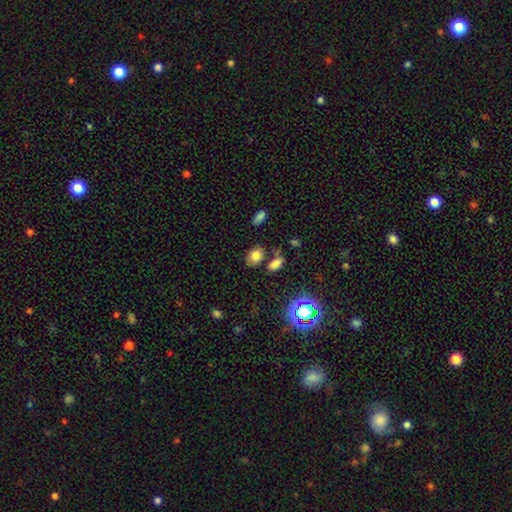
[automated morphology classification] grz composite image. It shows a smooth galaxy with no disk features (77%) that is in between round and cigar-shaped (77%). Merging: none (71%).